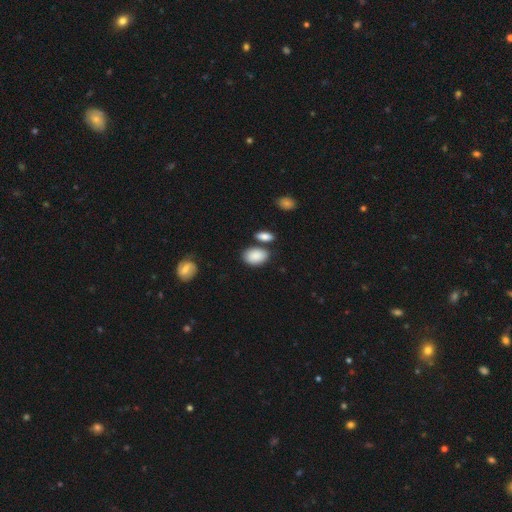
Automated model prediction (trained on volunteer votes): A smooth galaxy with no disk features (88%) that is in between round and cigar-shaped (87%). Merging: none (67%).